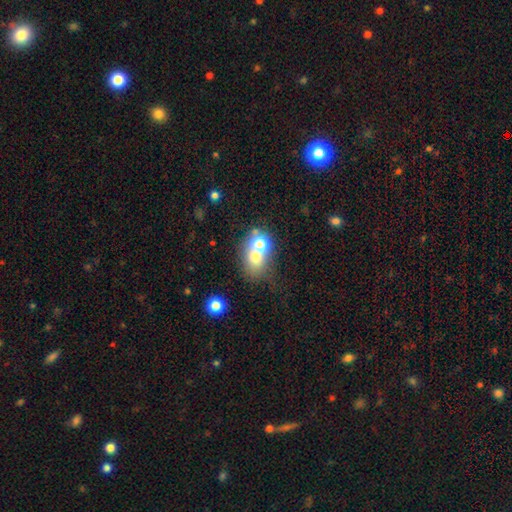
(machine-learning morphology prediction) smooth-or-featured: smooth: 63% | featured or disk: 23% | star or artifact: 14%
  how-rounded: round: 52% | in between: 47% | cigar-shaped: 1%
  merging: merger: 57% | none: 30% | minor disturbance: 8% | major disturbance: 5%